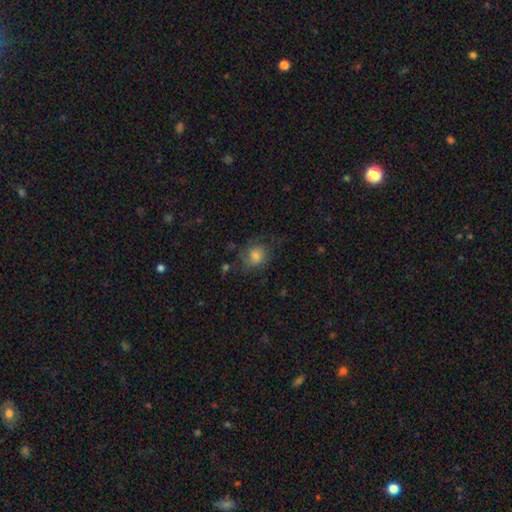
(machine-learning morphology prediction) A smooth galaxy with no disk features (65%) that is round (72%).

Vote fractions:
- Smooth or featured? smooth: 65% / featured or disk: 22% / star or artifact: 13%
- How rounded? round: 72% / in between: 27% / cigar-shaped: 1%
- Merging? none: 62% / minor disturbance: 23% / major disturbance: 13% / merger: 2%